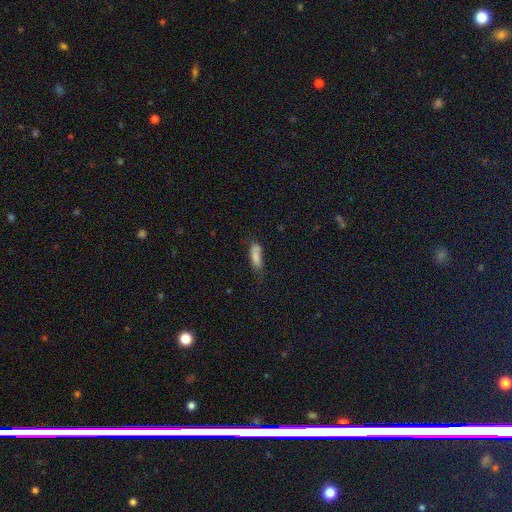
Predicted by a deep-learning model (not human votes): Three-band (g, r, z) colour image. It shows a smooth galaxy with no disk features (79%) that is in between round and cigar-shaped (56%). Merging: none (49%).